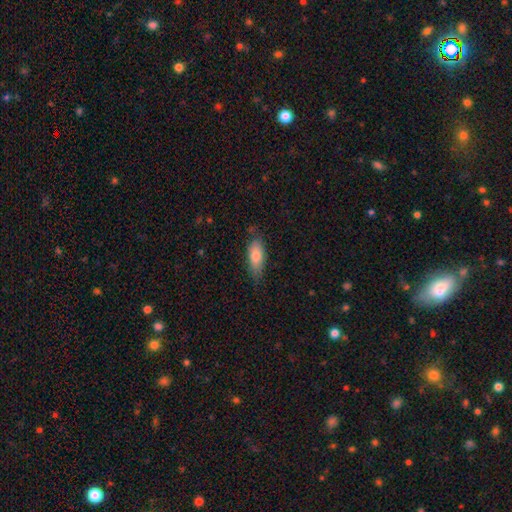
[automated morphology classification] Smooth or featured? smooth (77%)
How rounded? in between (77%)
Merging? none (71%)